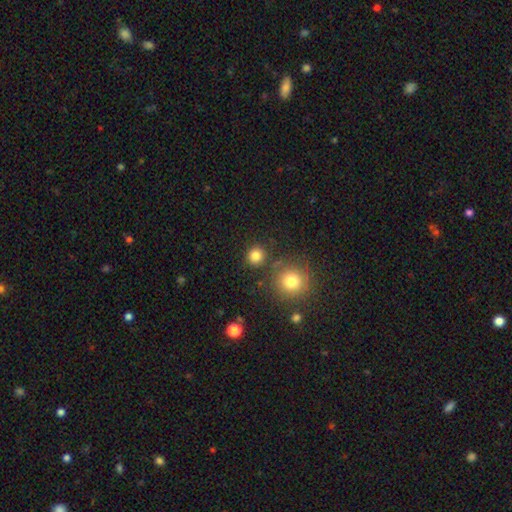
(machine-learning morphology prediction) smooth-or-featured: smooth: 82% | star or artifact: 13% | featured or disk: 5%
  how-rounded: round: 91% | in between: 8% | cigar-shaped: 1%
  merging: none: 85% | minor disturbance: 7% | merger: 5% | major disturbance: 3%